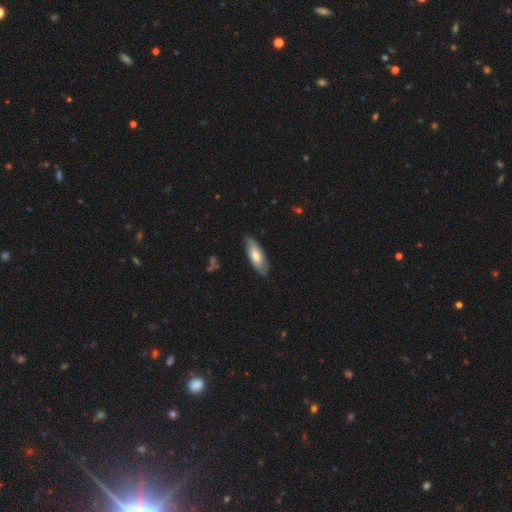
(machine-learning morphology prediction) smooth_or_featured: smooth (p=0.66) [alt: featured or disk p=0.28]
how_rounded: in between (p=0.69) [alt: cigar-shaped p=0.30]
merging: none (p=0.82) [alt: minor disturbance p=0.15]